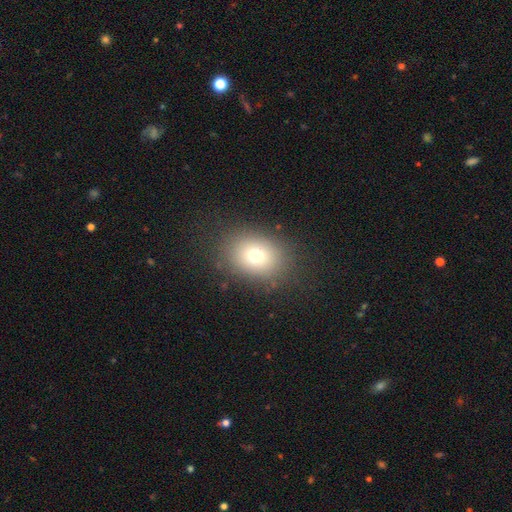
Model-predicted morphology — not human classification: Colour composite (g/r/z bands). It shows a smooth galaxy with no disk features (72%) that is in between round and cigar-shaped (52%). Merging: none (83%).